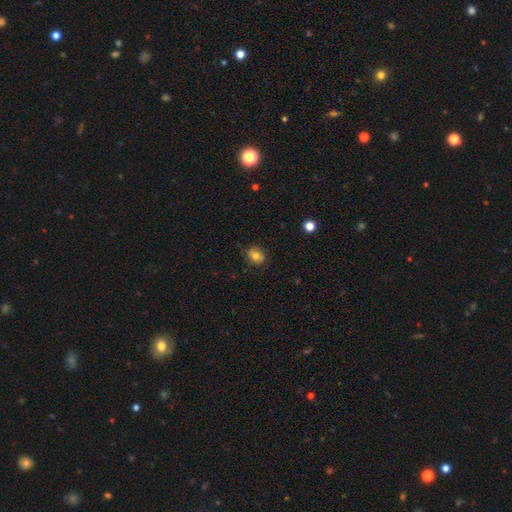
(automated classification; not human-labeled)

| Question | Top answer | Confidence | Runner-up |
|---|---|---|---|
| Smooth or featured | smooth | 77% | featured or disk (12%) |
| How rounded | round | 64% | in between (35%) |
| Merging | none | 81% | minor disturbance (15%) |